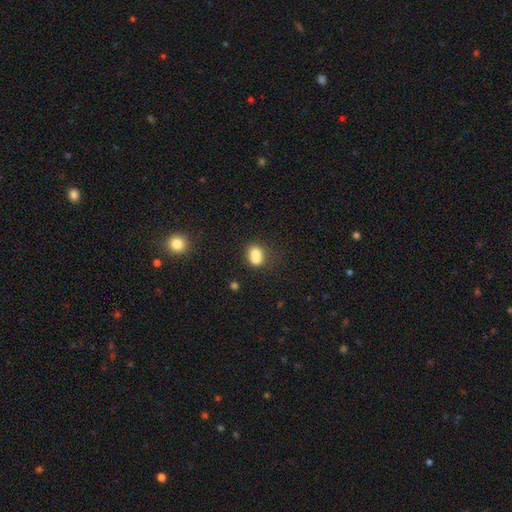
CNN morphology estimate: The model was most divided on "how rounded": round: 53%, in between: 45%, cigar-shaped: 1%. More confident: smooth or featured — smooth (71%); merging — merger (60%).